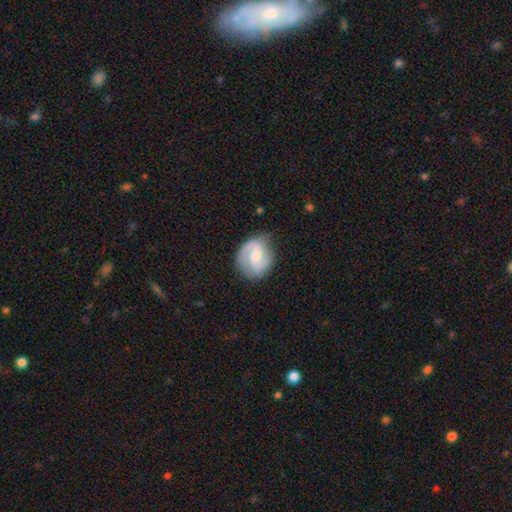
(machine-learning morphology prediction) Smooth or featured? featured or disk (74%)
Edge-on disk? no (98%)
Bar? weak (53%)
Spiral arms? yes (95%)
Spiral winding? medium (52%)
Spiral arm count? 2 (85%)
Bulge size? moderate (41%)
Merging? none (73%)